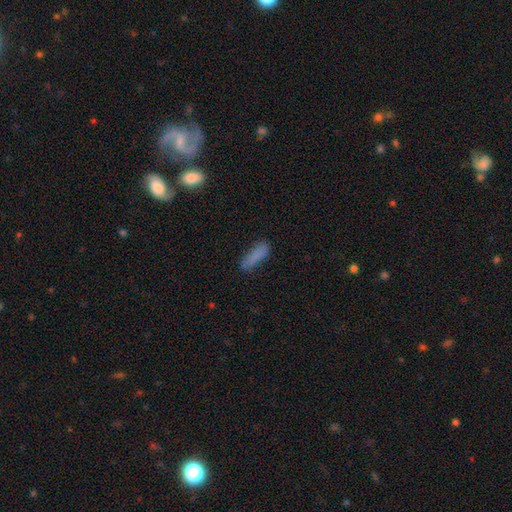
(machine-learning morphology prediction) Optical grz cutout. It shows a smooth galaxy with no disk features (81%) that is cigar-shaped (64%). Merging: none (72%).